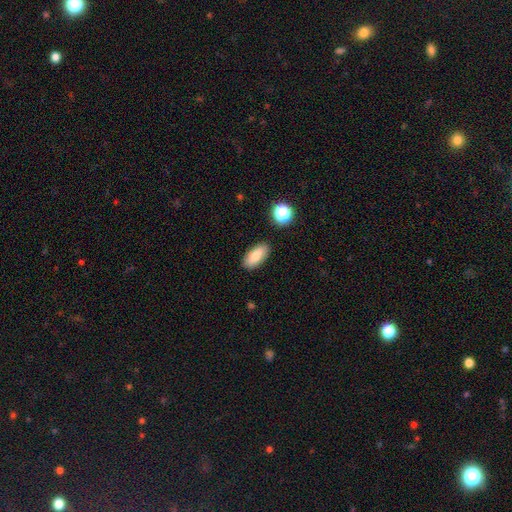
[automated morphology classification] This appears to be a smooth galaxy with no disk features (80%) that is in between round and cigar-shaped (86%). Merging: none (87%).